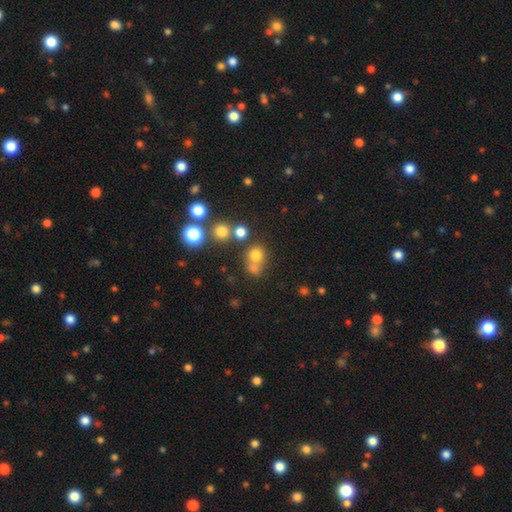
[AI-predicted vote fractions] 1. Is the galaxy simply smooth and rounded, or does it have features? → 71% smooth, 19% star or artifact, 10% featured or disk.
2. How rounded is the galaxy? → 82% round, 17% in between, 1% cigar-shaped.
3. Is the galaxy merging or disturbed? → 54% none, 32% merger, 9% minor disturbance, 5% major disturbance.